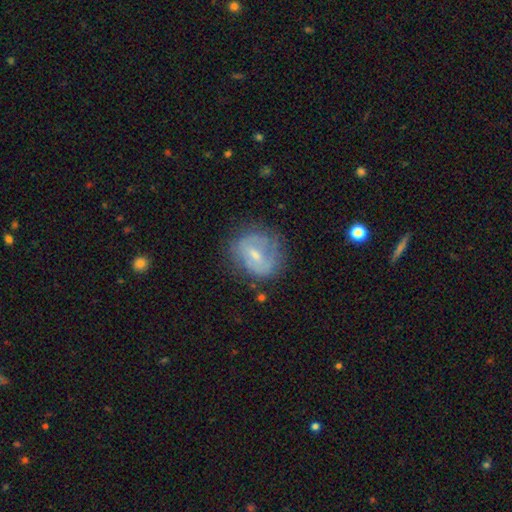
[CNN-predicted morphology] Smooth or featured? Predicted: featured or disk (p=0.61). Edge-on disk? Predicted: no (p=0.96). Bar? Predicted: weak (p=0.54). Spiral arms? Predicted: yes (p=0.64). Bulge size? Predicted: small (p=0.54). Merging? Predicted: none (p=0.60).